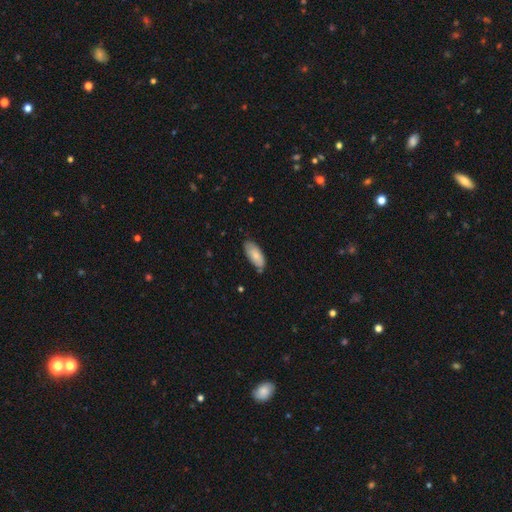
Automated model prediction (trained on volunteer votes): The model was most divided on "merging": none: 71%, minor disturbance: 23%, major disturbance: 3%, merger: 3%. More confident: how rounded — in between (84%); smooth or featured — smooth (81%).